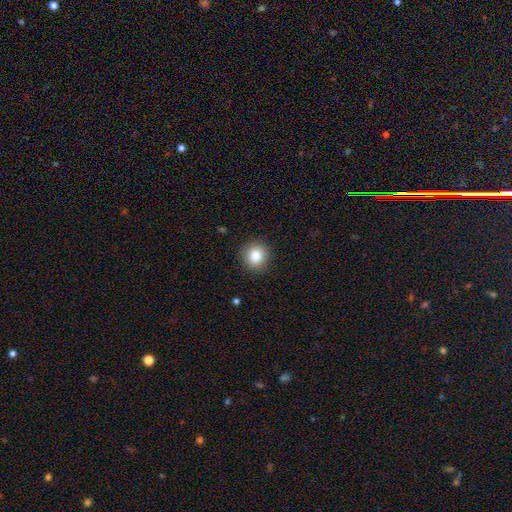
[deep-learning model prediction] A smooth galaxy with no disk features (84%) that is round (88%). Merging: none (89%).